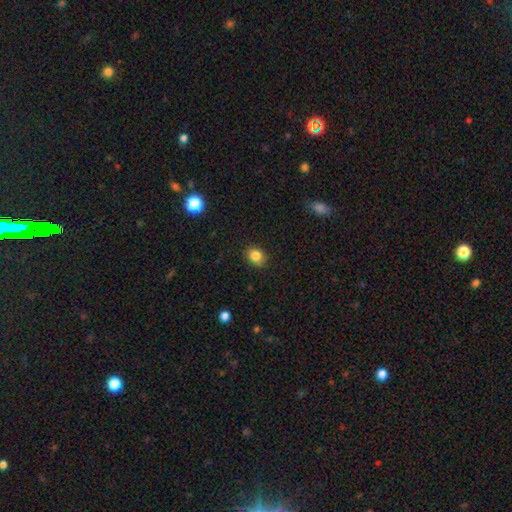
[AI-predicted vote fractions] A smooth galaxy with no disk features (84%) that is round (59%). Merging: none (84%).